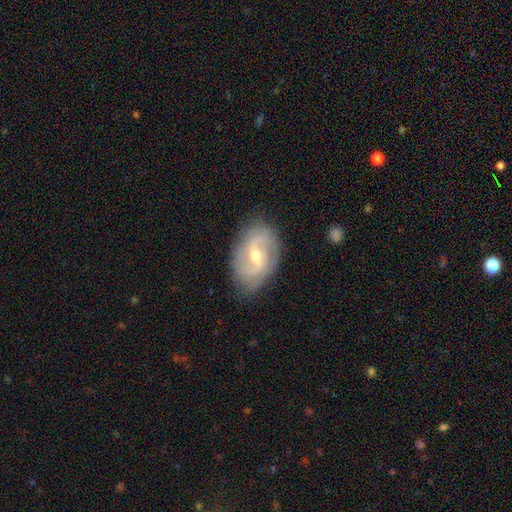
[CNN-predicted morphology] A featured or disk galaxy (81%) with a weak bar (54%), 2 (78%) medium (44%) spiral arms (91%) and a moderate central bulge (54%).

Vote fractions:
- Smooth or featured? featured or disk: 81% / smooth: 14% / star or artifact: 6%
- Edge-on disk? no: 96% / yes: 4%
- Bar? weak: 54% / no: 26% / strong: 20%
- Spiral arms? yes: 91% / no: 9%
- Spiral winding? medium: 44% / loose: 29% / tight: 27%
- Spiral arm count? 2: 78% / can't tell: 12% / 3: 5% / 1: 2% / 4: 2% / more than 4: 2%
- Bulge size? moderate: 54% / small: 42% / large: 2% / none: 1% / dominant: 1%
- Merging? none: 81% / minor disturbance: 14% / major disturbance: 4% / merger: 1%